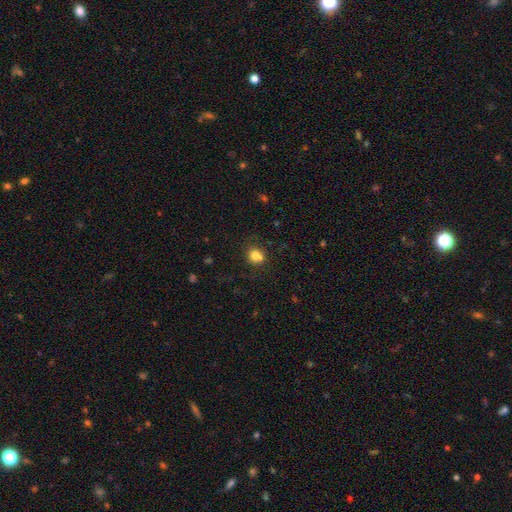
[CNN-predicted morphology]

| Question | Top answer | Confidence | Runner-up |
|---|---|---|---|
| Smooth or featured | smooth | 79% | star or artifact (12%) |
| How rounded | round | 71% | in between (28%) |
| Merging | none | 63% | minor disturbance (16%) |